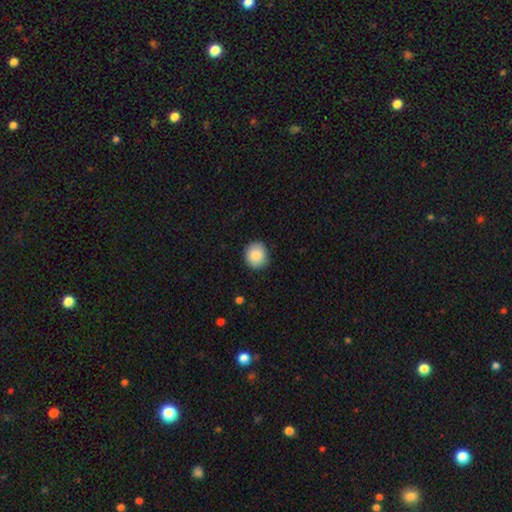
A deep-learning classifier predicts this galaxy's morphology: Smooth or featured?
  - smooth: 87% *
  - star or artifact: 7%
  - featured or disk: 6%
How rounded?
  - round: 83% *
  - in between: 16%
  - cigar-shaped: 1%
Merging?
  - none: 87% *
  - minor disturbance: 10%
  - major disturbance: 2%
  - merger: 1%